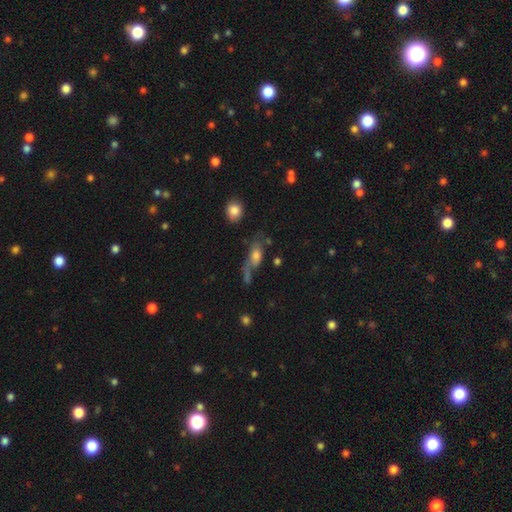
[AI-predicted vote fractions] smooth_or_featured: smooth (p=0.63) [alt: featured or disk p=0.27]
how_rounded: in between (p=0.81) [alt: cigar-shaped p=0.13]
merging: none (p=0.34) [alt: major disturbance p=0.25]